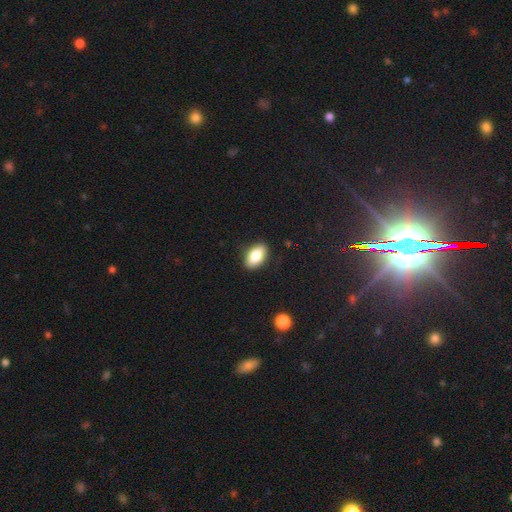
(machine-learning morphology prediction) smooth-or-featured: smooth: 81% | featured or disk: 12% | star or artifact: 7%
  how-rounded: in between: 91% | round: 6% | cigar-shaped: 4%
  merging: none: 88% | minor disturbance: 8% | major disturbance: 2% | merger: 1%